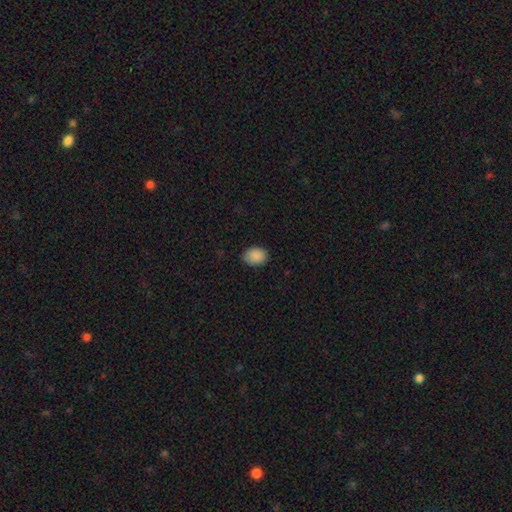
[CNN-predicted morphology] The model was most divided on "how rounded": in between: 72%, round: 27%, cigar-shaped: 1%. More confident: smooth or featured — smooth (89%); merging — none (83%).